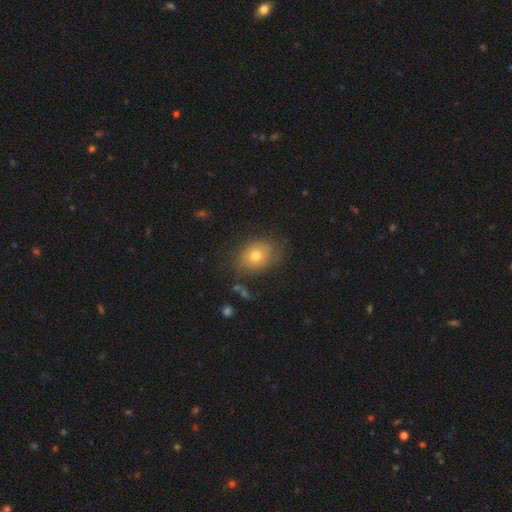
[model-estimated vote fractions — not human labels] Q: Smooth or featured?
A: smooth (73%); runner-up: featured or disk (16%)
Q: How rounded?
A: in between (62%); runner-up: round (37%)
Q: Merging?
A: none (75%); runner-up: minor disturbance (18%)